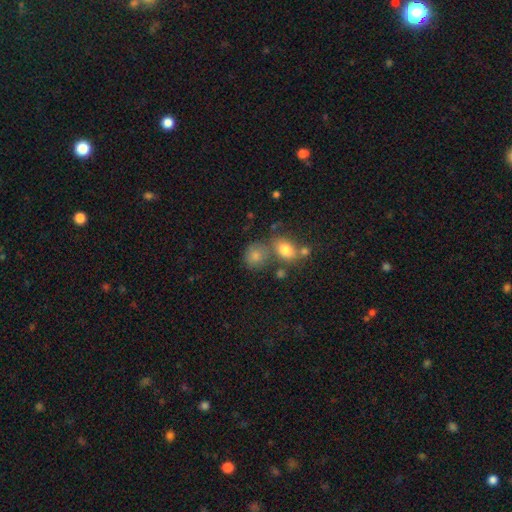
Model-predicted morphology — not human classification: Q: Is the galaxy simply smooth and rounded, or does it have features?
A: smooth — 79%.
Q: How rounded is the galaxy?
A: round — 67%.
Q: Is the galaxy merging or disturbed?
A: none — 54%.